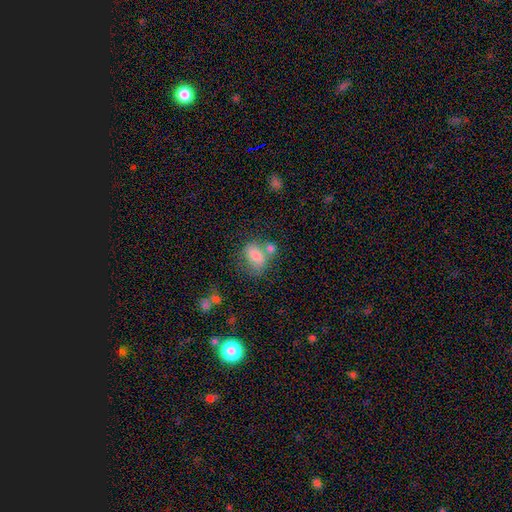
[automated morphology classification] The model was most divided on "merging": none: 43%, merger: 29%, minor disturbance: 18%, major disturbance: 10%. More confident: how rounded — in between (77%); smooth or featured — smooth (76%).